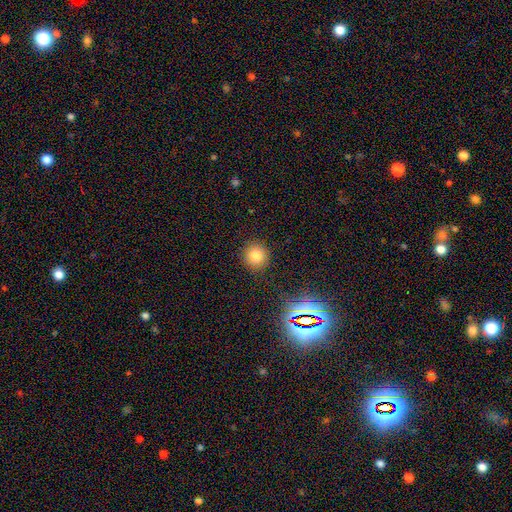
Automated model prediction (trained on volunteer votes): A smooth galaxy with no disk features (78%) that is round (92%). Merging: none (90%).